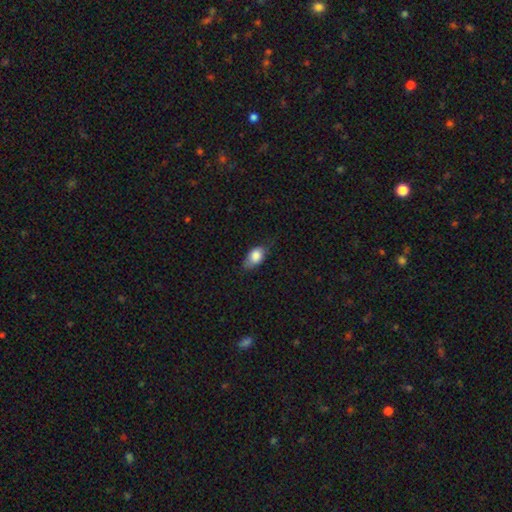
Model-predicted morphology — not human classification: A smooth galaxy with no disk features (81%) that is in between round and cigar-shaped (85%). Merging: none (63%).